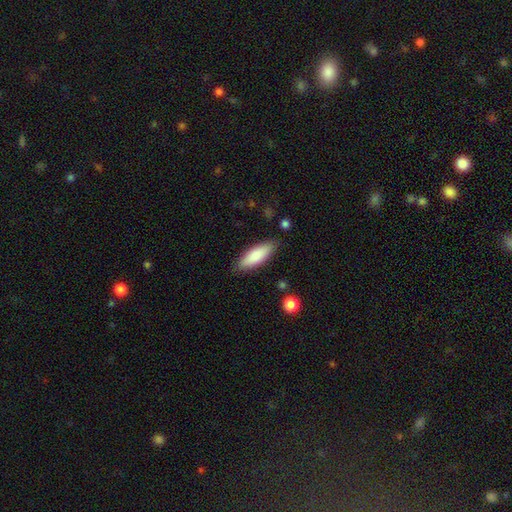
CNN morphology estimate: Smooth or featured?
  - smooth: 80% *
  - featured or disk: 14%
  - star or artifact: 6%
How rounded?
  - in between: 62% *
  - cigar-shaped: 36%
  - round: 2%
Merging?
  - none: 84% *
  - minor disturbance: 12%
  - major disturbance: 2%
  - merger: 2%